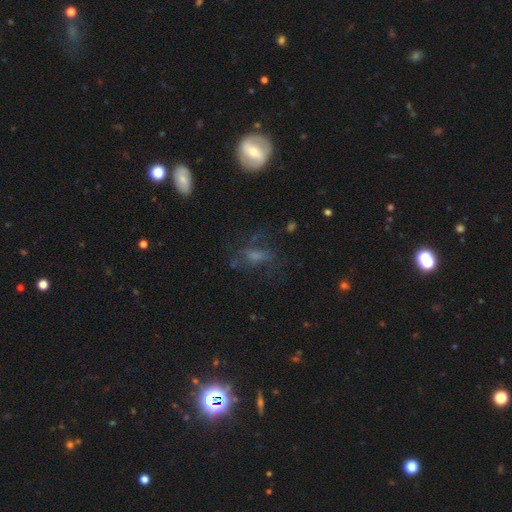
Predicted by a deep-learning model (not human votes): Smooth or featured?
  - smooth: 39% *
  - featured or disk: 38%
  - star or artifact: 23%
Merging?
  - none: 50% *
  - major disturbance: 27%
  - minor disturbance: 19%
  - merger: 4%